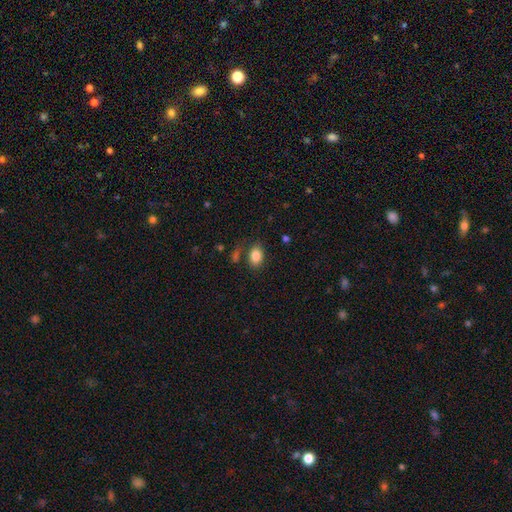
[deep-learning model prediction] smooth 84%, star or artifact 9%, featured or disk 7%. Down the decision tree: how rounded — in between (82%); merging — none (75%).